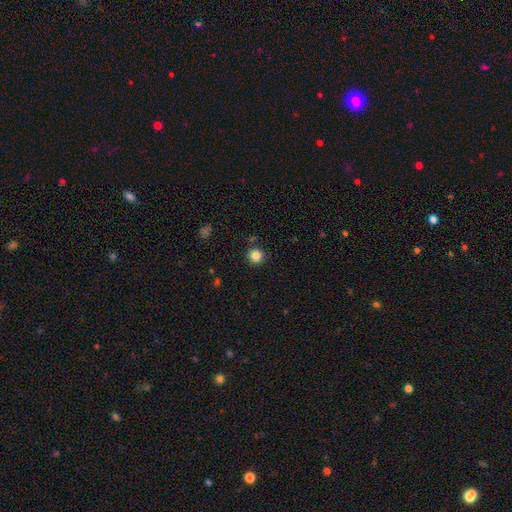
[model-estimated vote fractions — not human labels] smooth 84%, star or artifact 12%, featured or disk 4%. Down the decision tree: how rounded — round (95%); merging — none (88%).